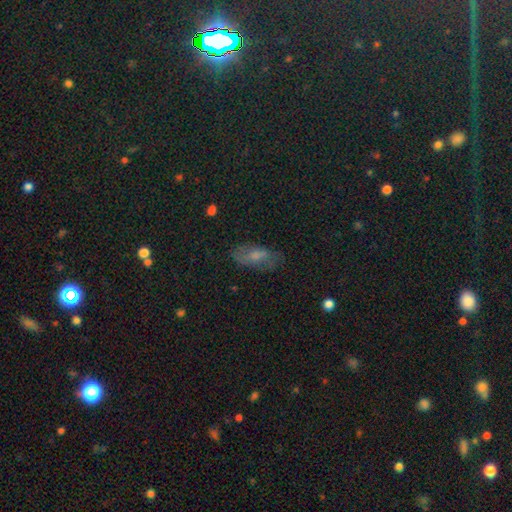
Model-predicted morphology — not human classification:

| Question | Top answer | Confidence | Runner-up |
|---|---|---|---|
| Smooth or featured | smooth | 52% | featured or disk (33%) |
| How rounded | in between | 83% | cigar-shaped (12%) |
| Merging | none | 70% | minor disturbance (20%) |